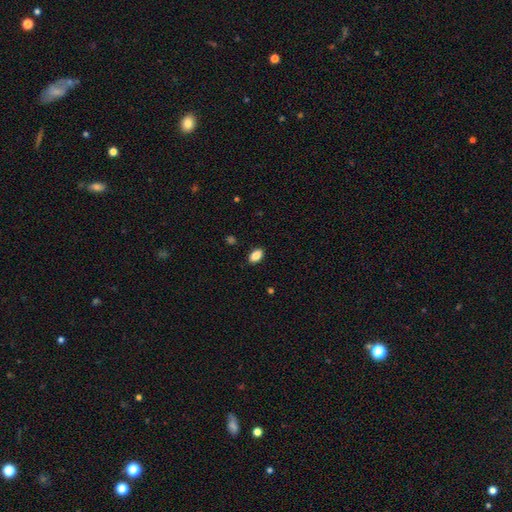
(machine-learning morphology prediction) Smooth or featured: smooth — 86% (star or artifact — 8%)
How rounded: in between — 91% (round — 7%)
Merging: none — 89% (minor disturbance — 8%)